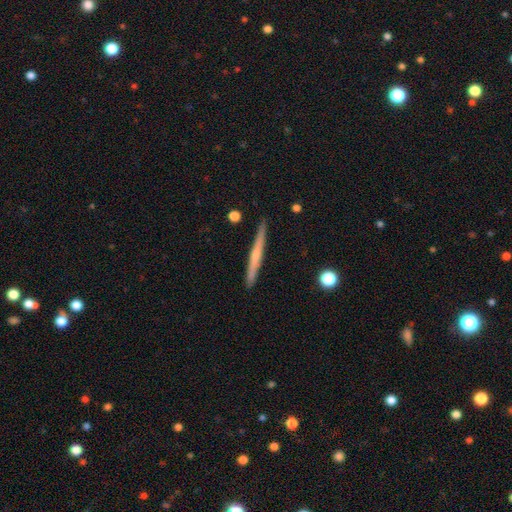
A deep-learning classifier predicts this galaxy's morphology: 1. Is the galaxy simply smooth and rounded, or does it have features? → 53% featured or disk, 41% smooth, 6% star or artifact.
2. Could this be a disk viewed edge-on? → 97% yes, 3% no.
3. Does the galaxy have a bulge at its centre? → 58% none, 36% rounded, 7% boxy.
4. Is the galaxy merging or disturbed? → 91% none, 7% minor disturbance, 1% major disturbance, 1% merger.